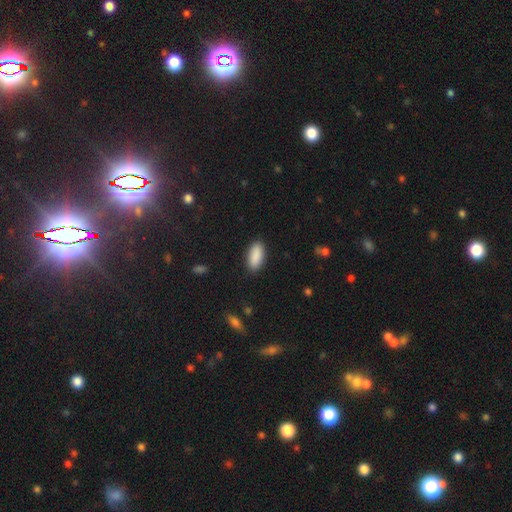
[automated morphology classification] The model was most divided on "how rounded": in between: 89%, cigar-shaped: 9%, round: 2%. More confident: smooth or featured — smooth (91%); merging — none (89%).